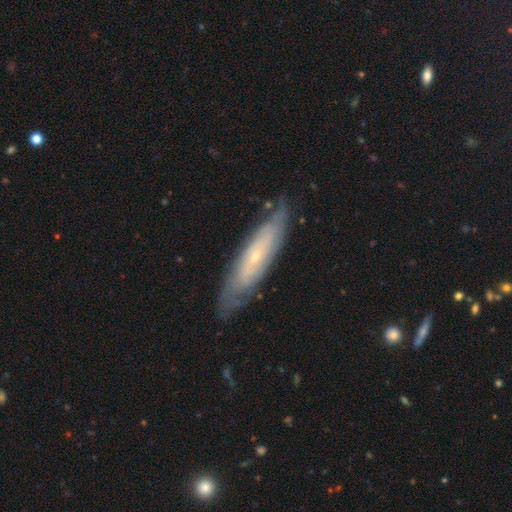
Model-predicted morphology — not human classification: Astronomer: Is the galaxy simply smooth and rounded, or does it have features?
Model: featured or disk — 69%.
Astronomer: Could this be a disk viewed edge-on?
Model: no — 66%.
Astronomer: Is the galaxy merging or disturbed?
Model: none — 78%.